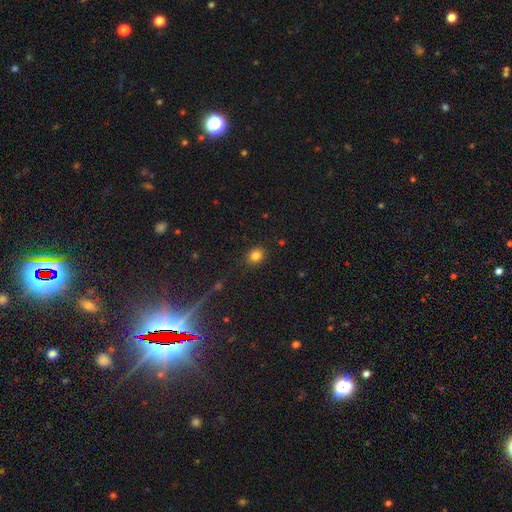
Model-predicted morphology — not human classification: A smooth galaxy with no disk features (82%) that is round (75%).

Vote fractions:
- Smooth or featured? smooth: 82% / star or artifact: 12% / featured or disk: 5%
- How rounded? round: 75% / in between: 24% / cigar-shaped: 1%
- Merging? none: 88% / minor disturbance: 8% / major disturbance: 3% / merger: 1%